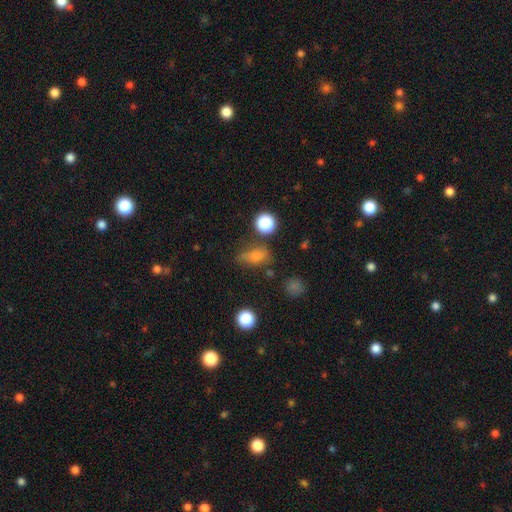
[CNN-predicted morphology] smooth 68%, star or artifact 18%, featured or disk 14%. Down the decision tree: how rounded — in between (66%); merging — none (48%).